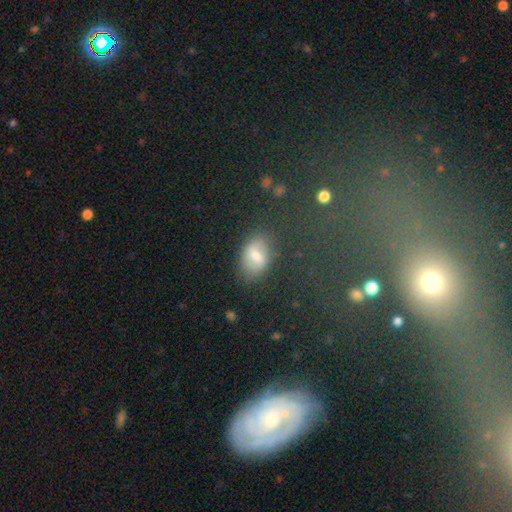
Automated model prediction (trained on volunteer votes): Morphology: type=smooth (60%); roundness=in between (85%); merging=none (75%).